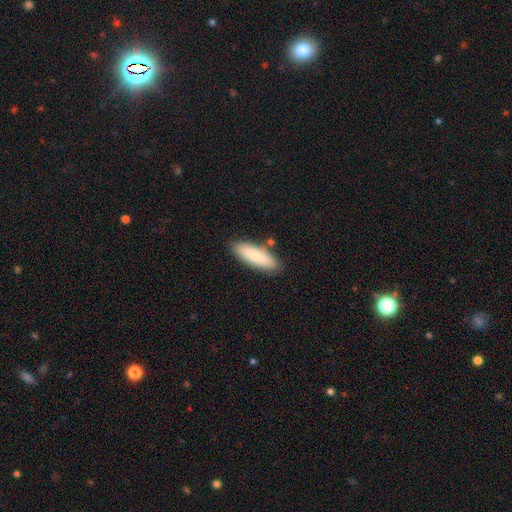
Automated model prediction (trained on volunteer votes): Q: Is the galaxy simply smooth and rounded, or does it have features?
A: smooth — 85%.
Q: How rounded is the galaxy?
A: cigar-shaped — 52%.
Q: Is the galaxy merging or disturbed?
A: none — 83%.